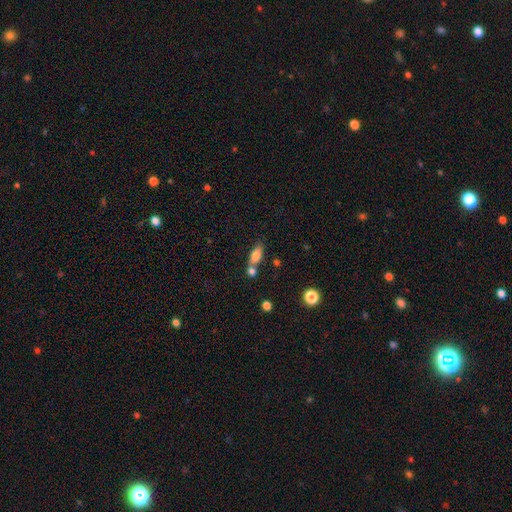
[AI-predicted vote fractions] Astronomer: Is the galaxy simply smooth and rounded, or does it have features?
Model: smooth — 73%.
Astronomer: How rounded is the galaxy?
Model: in between — 73%.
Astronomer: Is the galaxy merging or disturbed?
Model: none — 48% (runner-up: merger, 36%).